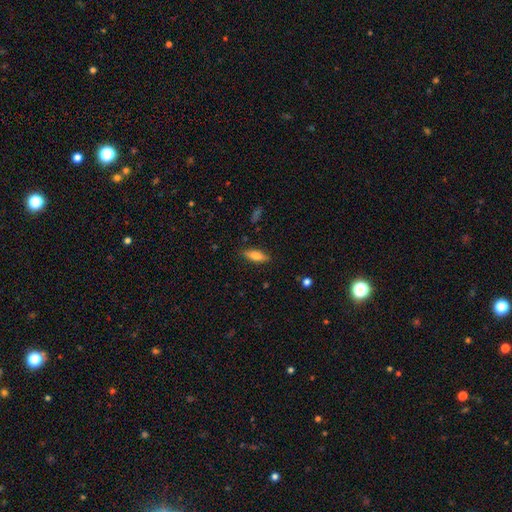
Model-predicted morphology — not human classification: type=smooth (73%); roundness=in between (64%); merging=none (85%).